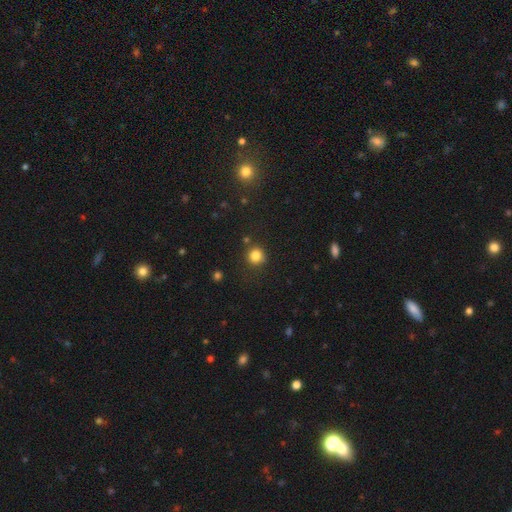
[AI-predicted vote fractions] Smooth or featured?
  - smooth: 82% *
  - star or artifact: 13%
  - featured or disk: 5%
How rounded?
  - round: 90% *
  - in between: 9%
  - cigar-shaped: 1%
Merging?
  - none: 82% *
  - minor disturbance: 10%
  - merger: 4%
  - major disturbance: 3%